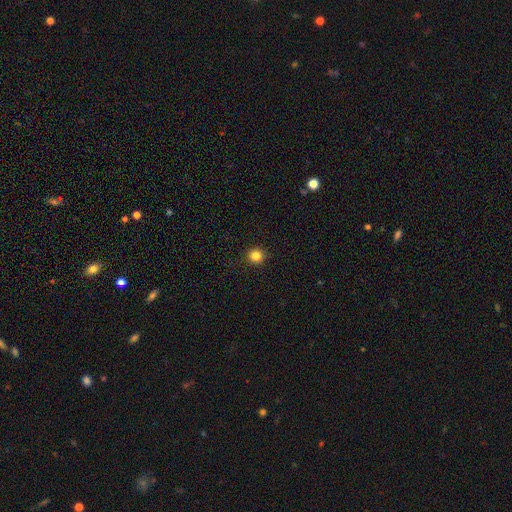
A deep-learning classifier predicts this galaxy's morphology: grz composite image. It shows a smooth galaxy with no disk features (83%) that is round (93%). Merging: none (92%).